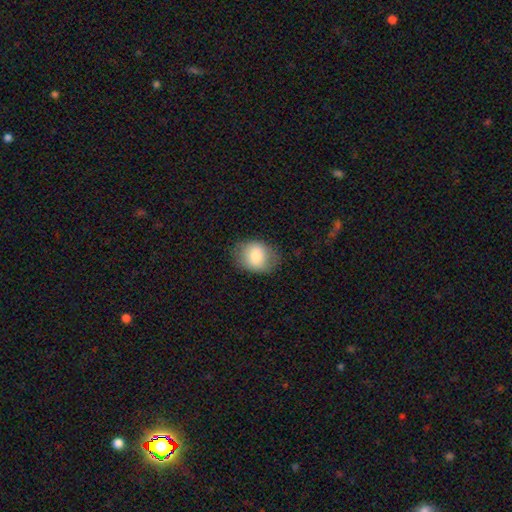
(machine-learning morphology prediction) A smooth galaxy with no disk features (79%) that is in between round and cigar-shaped (58%). Merging: none (76%).